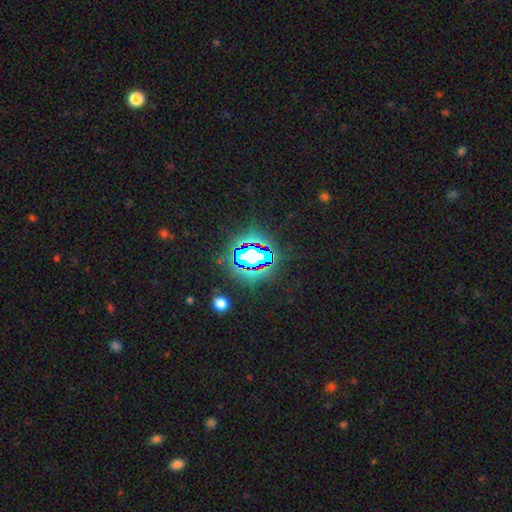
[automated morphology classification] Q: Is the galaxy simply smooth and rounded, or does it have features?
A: star or artifact — 73%.